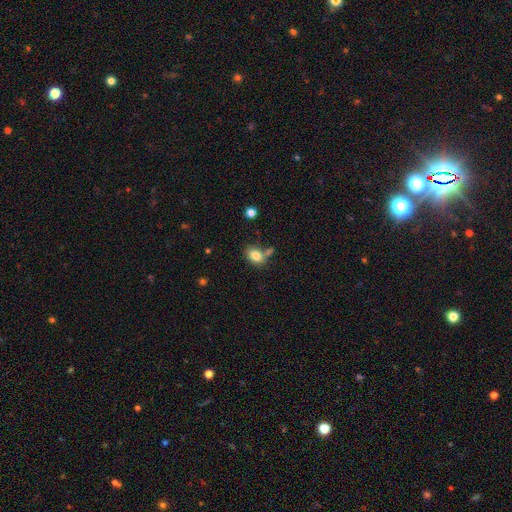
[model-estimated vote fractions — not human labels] This appears to be a smooth galaxy with no disk features (81%) that is in between round and cigar-shaped (74%). Merging: none (56%).